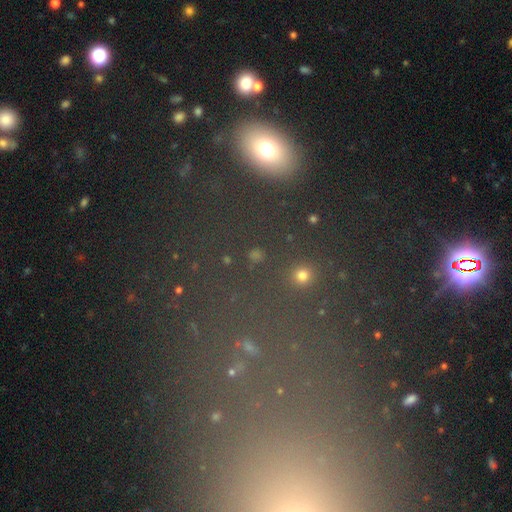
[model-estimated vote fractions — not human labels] Smooth or featured: smooth — 58% (star or artifact — 33%)
How rounded: round — 80% (in between — 17%)
Merging: none — 80% (minor disturbance — 9%)